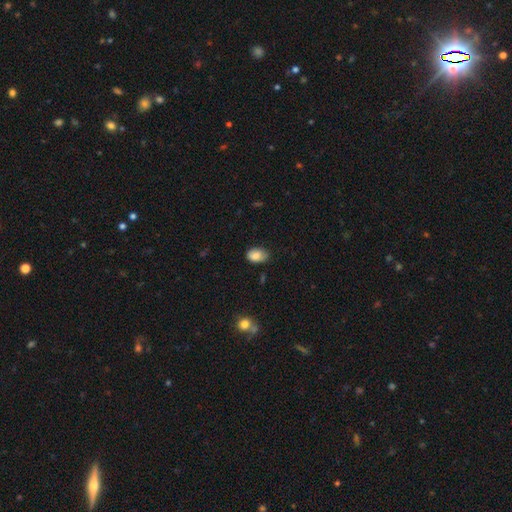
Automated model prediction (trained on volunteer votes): smooth 84%, featured or disk 9%, star or artifact 8%. Down the decision tree: how rounded — in between (87%); merging — none (75%).